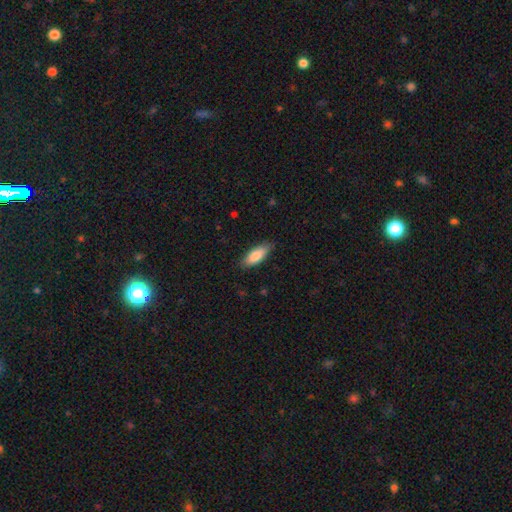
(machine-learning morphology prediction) Smooth or featured? Predicted: smooth (p=0.82). How rounded? Predicted: in between (p=0.72). Merging? Predicted: none (p=0.84).